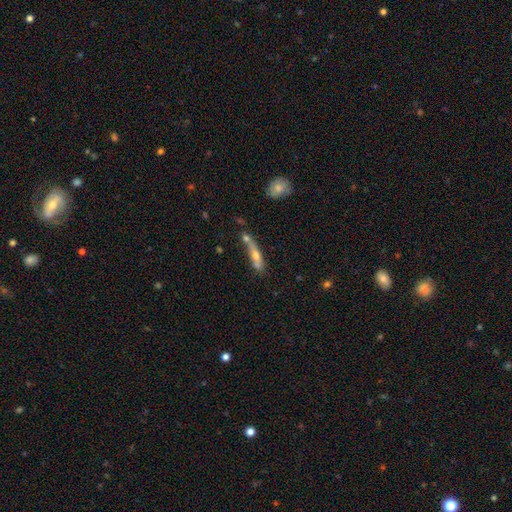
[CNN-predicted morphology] Overall: featured or disk (48%; smooth 42%). Merging: none (41%; merger 32%).